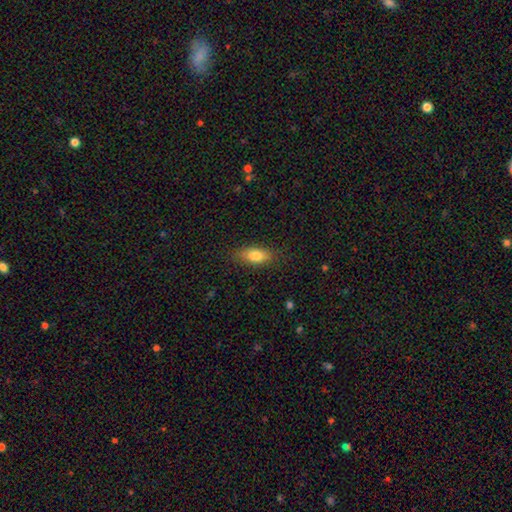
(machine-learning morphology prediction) A smooth galaxy with no disk features (78%) that is in between round and cigar-shaped (78%).

Vote fractions:
- Smooth or featured? smooth: 78% / featured or disk: 15% / star or artifact: 7%
- How rounded? in between: 78% / cigar-shaped: 18% / round: 4%
- Merging? none: 83% / minor disturbance: 12% / major disturbance: 3% / merger: 1%